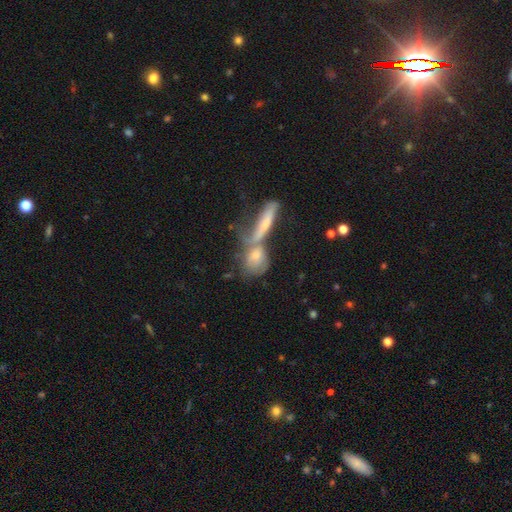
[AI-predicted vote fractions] Smooth or featured: smooth — 56% (featured or disk — 35%)
How rounded: in between — 41% (cigar-shaped — 33%)
Merging: merger — 51% (none — 31%)